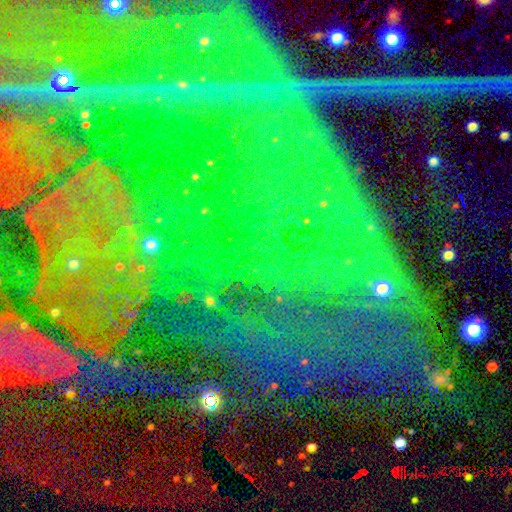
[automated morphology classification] Q: Smooth or featured?
A: star or artifact (81%); runner-up: featured or disk (11%)